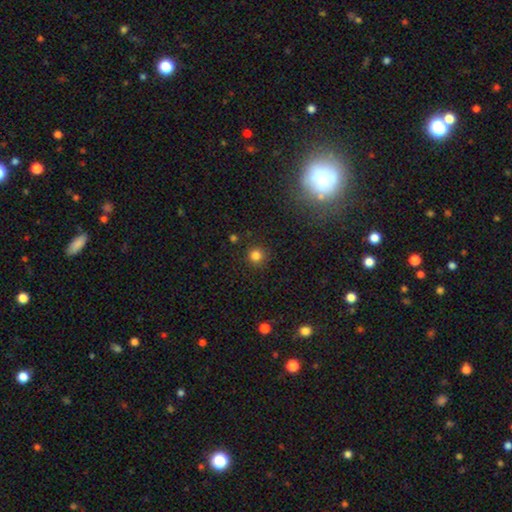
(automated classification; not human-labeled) A smooth galaxy with no disk features (81%) that is round (94%). Merging: none (89%).